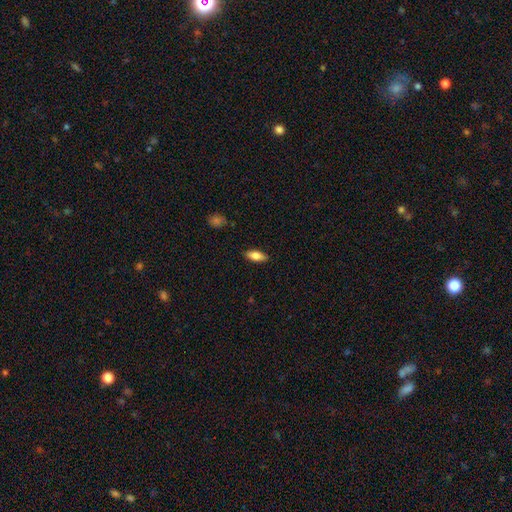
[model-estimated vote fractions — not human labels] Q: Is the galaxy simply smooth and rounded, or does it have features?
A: smooth — 78%.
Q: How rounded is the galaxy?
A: in between — 80%.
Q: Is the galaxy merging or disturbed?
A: none — 87%.